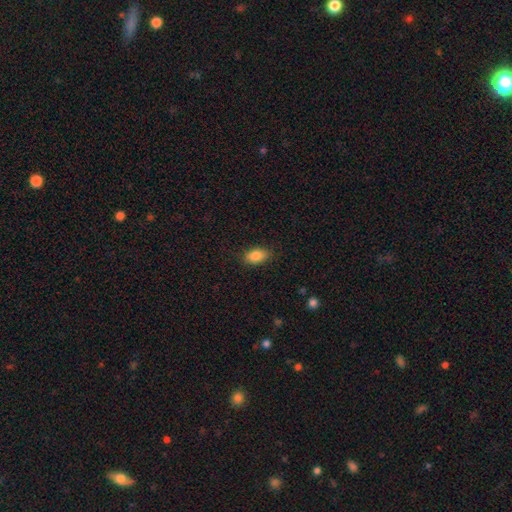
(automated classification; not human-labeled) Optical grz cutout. It shows a smooth galaxy with no disk features (86%) that is in between round and cigar-shaped (89%). Merging: none (85%).